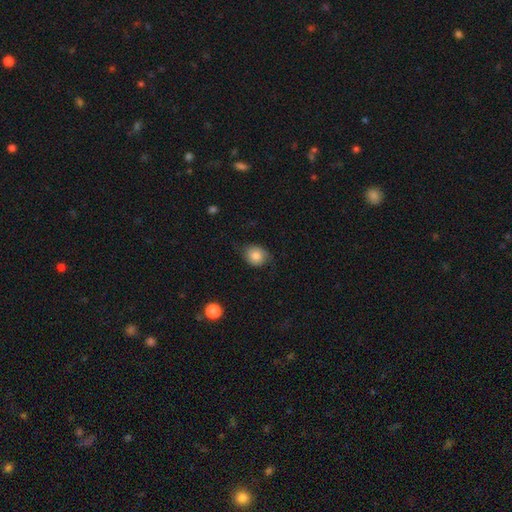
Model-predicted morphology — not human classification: Q: Smooth or featured?
A: smooth (74%); runner-up: featured or disk (18%)
Q: How rounded?
A: round (60%); runner-up: in between (39%)
Q: Merging?
A: none (67%); runner-up: minor disturbance (24%)